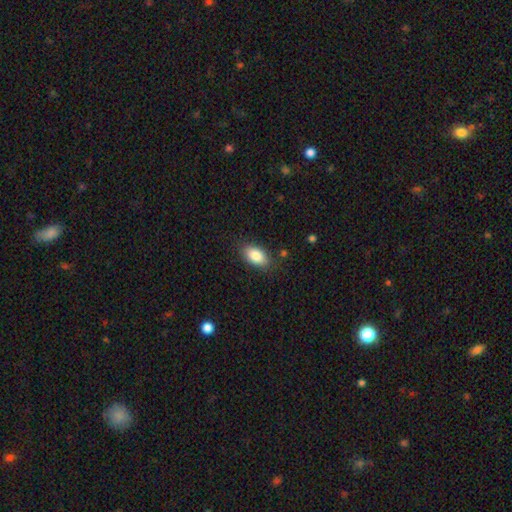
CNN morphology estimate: smooth 85%, featured or disk 8%, star or artifact 7%. Down the decision tree: how rounded — in between (92%); merging — none (85%).